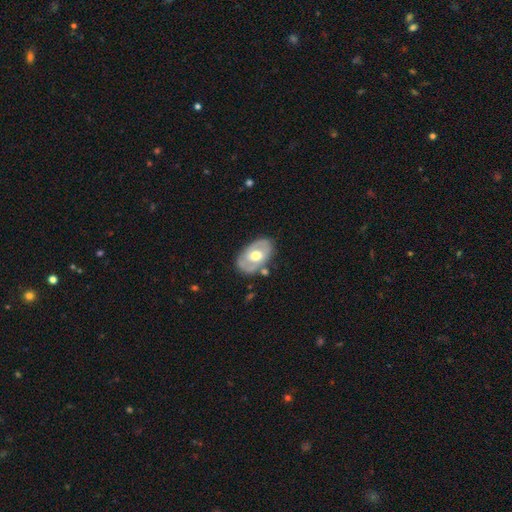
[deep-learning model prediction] Smooth or featured: featured or disk — 60% (smooth — 35%)
Edge-on disk: no — 92% (yes — 8%)
Bar: no — 63% (weak — 28%)
Spiral arms: no — 60% (yes — 40%)
Bulge size: moderate — 72% (large — 17%)
Merging: none — 74% (minor disturbance — 17%)